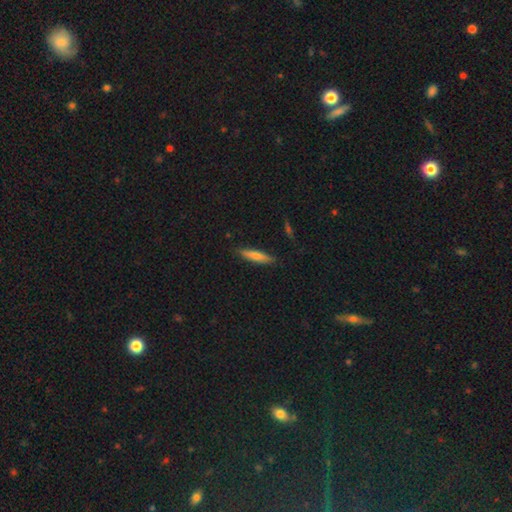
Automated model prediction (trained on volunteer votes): Smooth or featured? smooth (60%)
How rounded? cigar-shaped (87%)
Merging? none (88%)